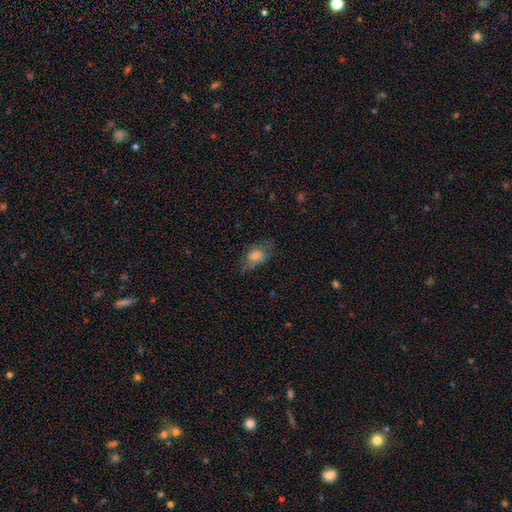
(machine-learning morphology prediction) smooth 71%, featured or disk 19%, star or artifact 10%. Down the decision tree: how rounded — in between (86%); merging — none (45%).